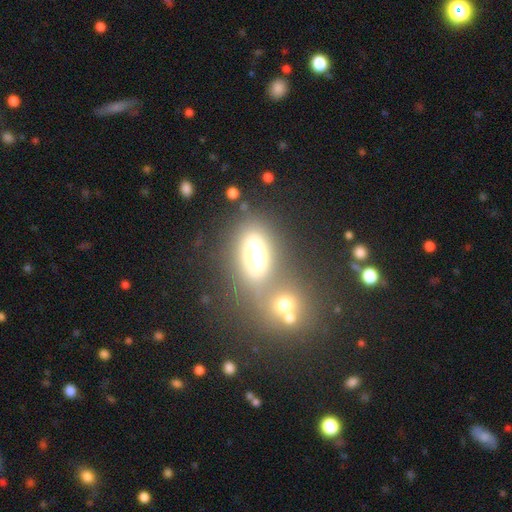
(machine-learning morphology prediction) Smooth or featured?
  - smooth: 61% *
  - featured or disk: 23%
  - star or artifact: 15%
How rounded?
  - in between: 80% *
  - round: 13%
  - cigar-shaped: 7%
Merging?
  - none: 48% *
  - merger: 34%
  - minor disturbance: 11%
  - major disturbance: 7%